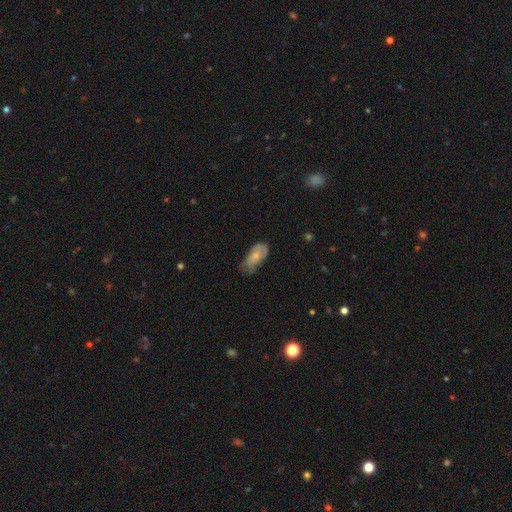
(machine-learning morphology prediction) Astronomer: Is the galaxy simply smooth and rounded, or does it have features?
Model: smooth — 65%.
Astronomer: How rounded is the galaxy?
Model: in between — 90%.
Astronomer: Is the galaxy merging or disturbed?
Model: minor disturbance — 42% (runner-up: none, 38%).